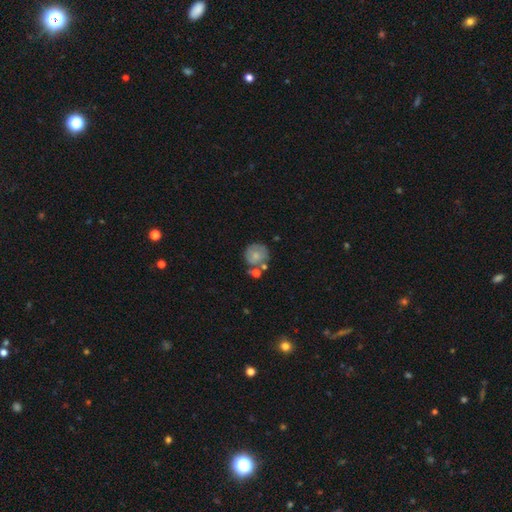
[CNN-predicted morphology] smooth_or_featured: smooth (p=0.64) [alt: featured or disk p=0.29]
how_rounded: round (p=0.86) [alt: in between p=0.13]
merging: none (p=0.57) [alt: minor disturbance p=0.20]